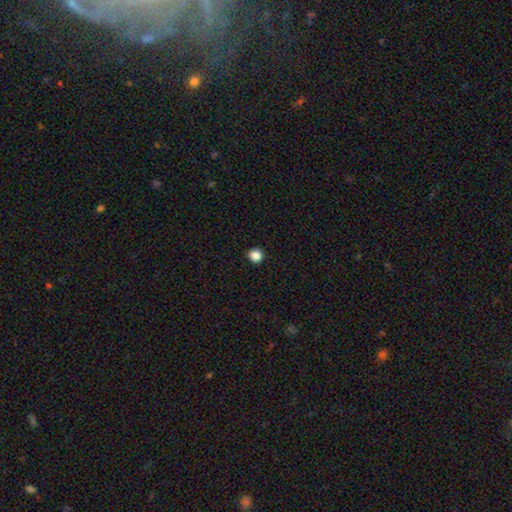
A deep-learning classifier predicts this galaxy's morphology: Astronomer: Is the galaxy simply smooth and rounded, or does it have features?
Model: smooth — 86%.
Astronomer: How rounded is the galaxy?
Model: round — 92%.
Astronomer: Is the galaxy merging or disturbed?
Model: none — 91%.